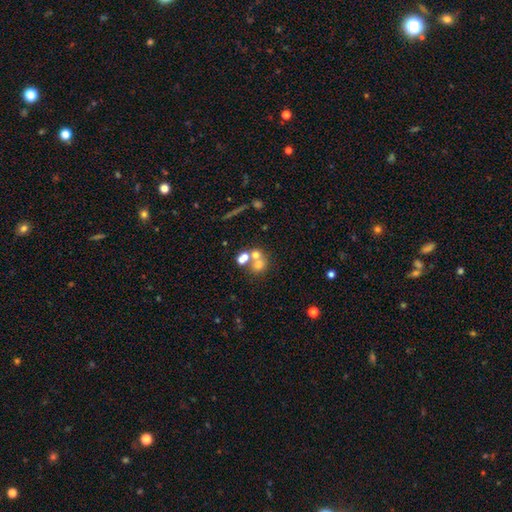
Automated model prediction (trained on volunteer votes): Smooth or featured? smooth (57%)
How rounded? round (73%)
Merging? merger (52%)